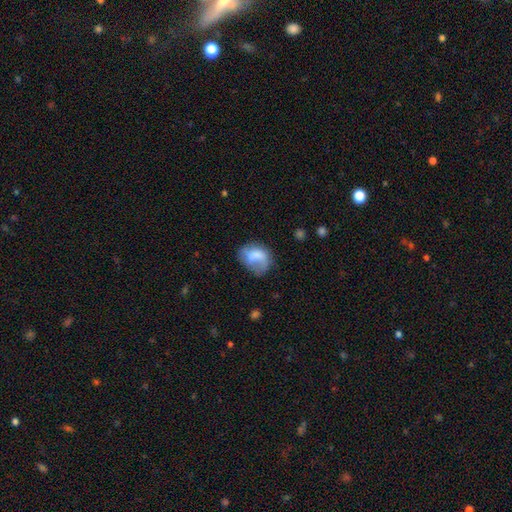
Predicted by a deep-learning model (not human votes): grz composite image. It shows a smooth galaxy with no disk features (65%) that is in between round and cigar-shaped (57%). Merging: none (40%).